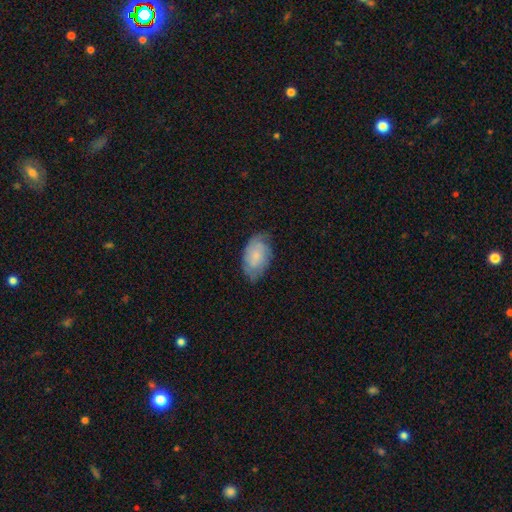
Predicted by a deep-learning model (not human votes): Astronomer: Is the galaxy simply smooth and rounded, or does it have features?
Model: smooth — 55% (runner-up: featured or disk, 38%).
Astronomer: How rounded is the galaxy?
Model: in between — 92%.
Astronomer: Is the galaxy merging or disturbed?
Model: none — 62%.